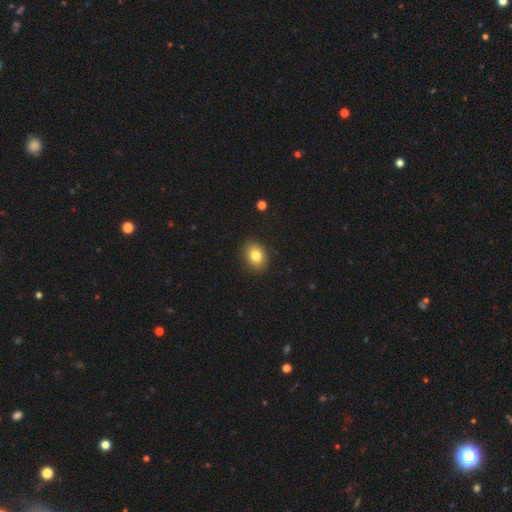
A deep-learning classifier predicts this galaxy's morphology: Q: Smooth or featured?
A: smooth (82%); runner-up: star or artifact (10%)
Q: How rounded?
A: in between (58%); runner-up: round (41%)
Q: Merging?
A: none (89%); runner-up: minor disturbance (8%)